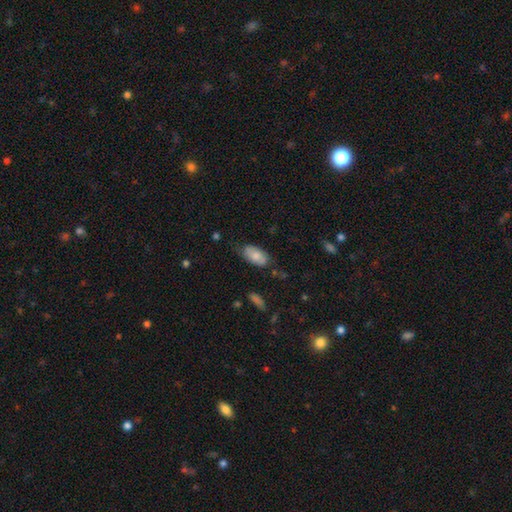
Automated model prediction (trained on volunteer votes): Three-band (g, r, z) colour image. It shows a smooth galaxy with no disk features (76%) that is in between round and cigar-shaped (94%). Merging: none (66%).